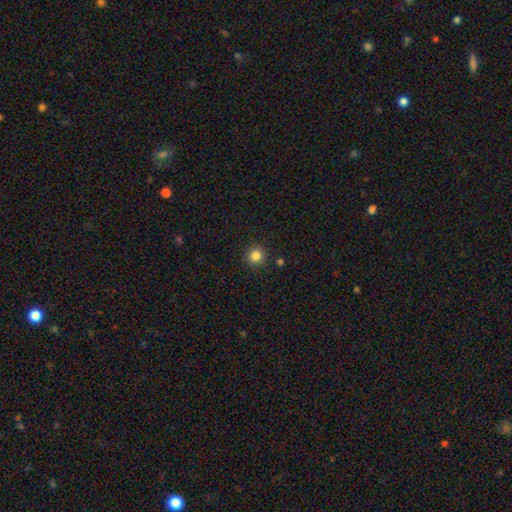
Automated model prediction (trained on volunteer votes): This is clearly a smooth galaxy (84%). How rounded: clearly round (95%). Merging: clearly none (90%).